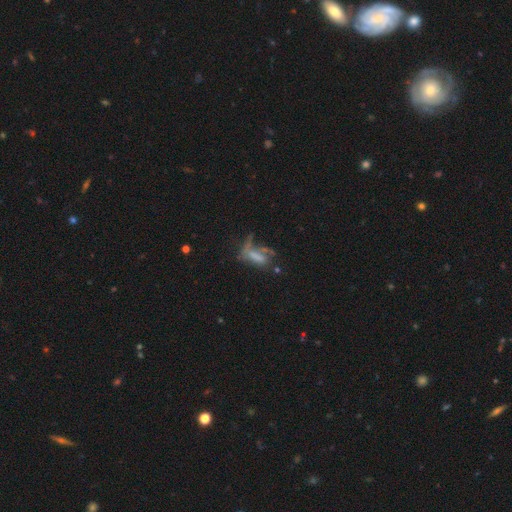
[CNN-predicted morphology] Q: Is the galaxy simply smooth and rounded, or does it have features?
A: smooth — 43%.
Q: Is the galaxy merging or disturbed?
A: major disturbance — 42%.